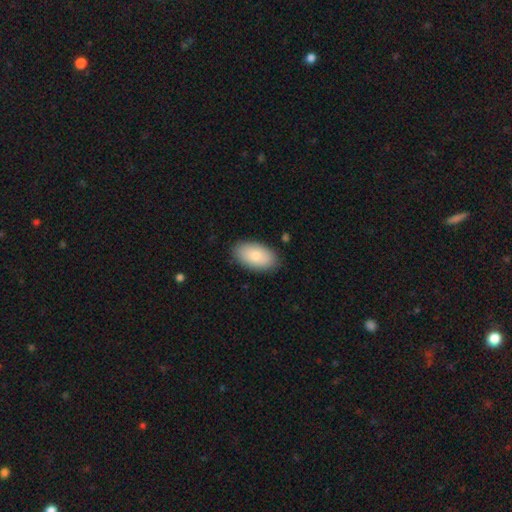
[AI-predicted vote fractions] A smooth galaxy with no disk features (84%) that is in between round and cigar-shaped (95%).

Vote fractions:
- Smooth or featured? smooth: 84% / featured or disk: 10% / star or artifact: 6%
- How rounded? in between: 95% / round: 3% / cigar-shaped: 2%
- Merging? none: 87% / minor disturbance: 10% / major disturbance: 2% / merger: 1%